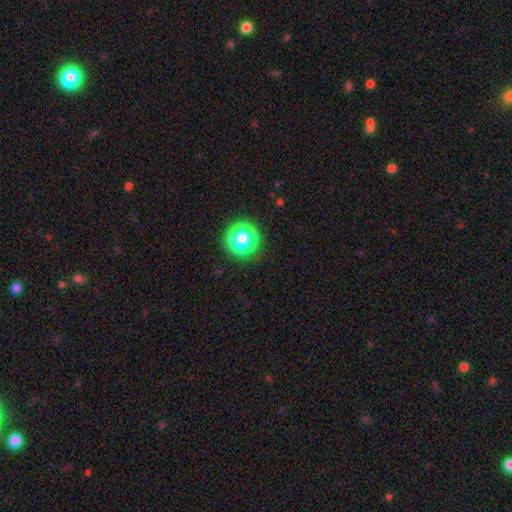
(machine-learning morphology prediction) A star or artifact, not a galaxy (65%).